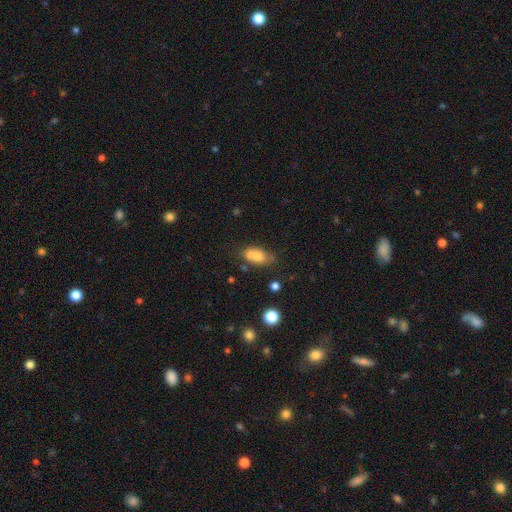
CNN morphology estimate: The model was most divided on "merging": none: 44%, merger: 32%, minor disturbance: 18%, major disturbance: 7%. More confident: how rounded — in between (81%); smooth or featured — smooth (70%).